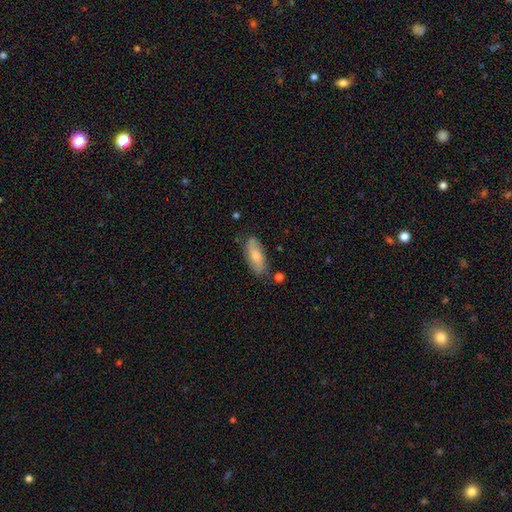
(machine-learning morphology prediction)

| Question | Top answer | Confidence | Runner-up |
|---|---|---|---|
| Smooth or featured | smooth | 66% | featured or disk (28%) |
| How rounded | in between | 81% | cigar-shaped (17%) |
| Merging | none | 74% | minor disturbance (18%) |